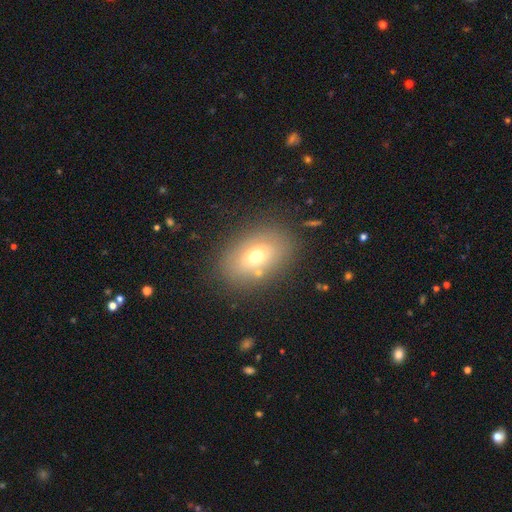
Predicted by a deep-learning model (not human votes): A smooth galaxy with no disk features (65%) that is in between round and cigar-shaped (76%). Merging: none (80%).